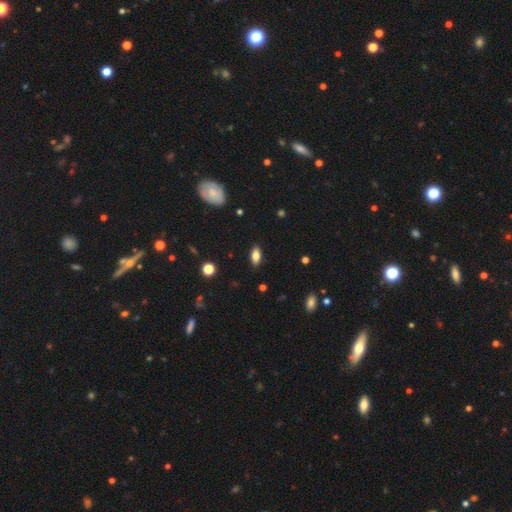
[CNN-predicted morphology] Overall: smooth (79%). How rounded: in between (87%). Merging: none (87%).